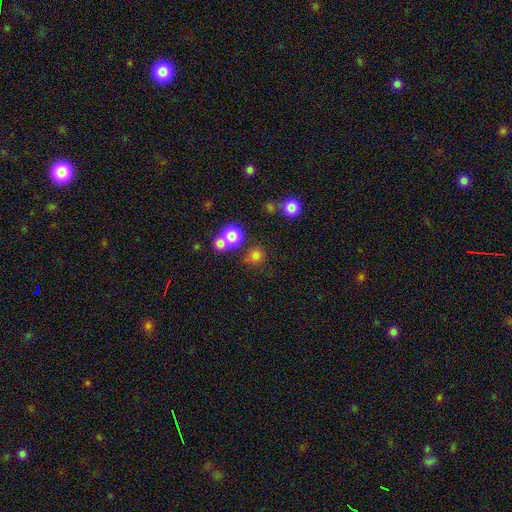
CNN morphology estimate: smooth-or-featured: smooth: 76% | star or artifact: 16% | featured or disk: 8%
  how-rounded: round: 85% | in between: 14% | cigar-shaped: 1%
  merging: none: 61% | merger: 24% | minor disturbance: 10% | major disturbance: 5%